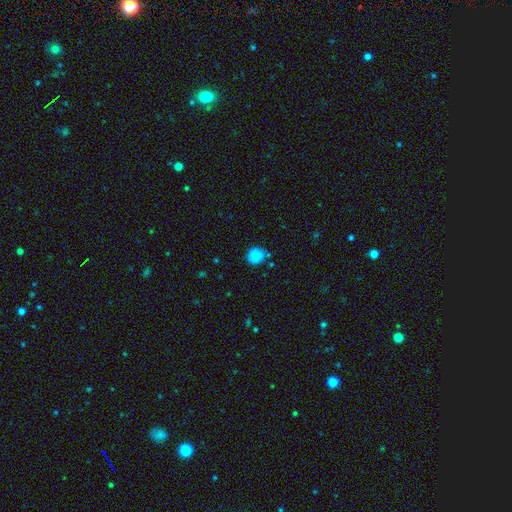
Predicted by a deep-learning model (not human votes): This is clearly a smooth galaxy (87%). How rounded: clearly round (85%). Merging: likely none (76%).